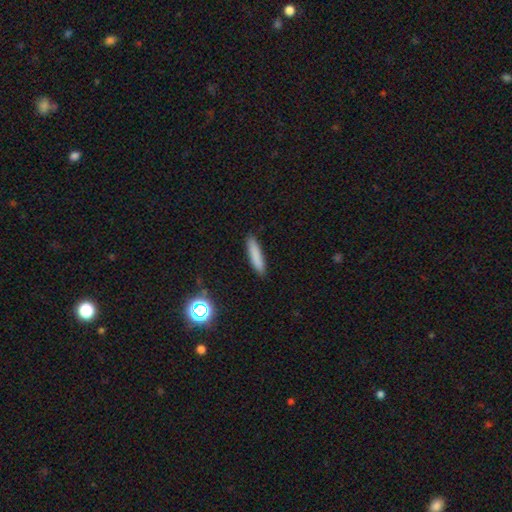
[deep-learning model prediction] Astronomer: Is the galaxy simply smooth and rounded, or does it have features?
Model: smooth — 84%.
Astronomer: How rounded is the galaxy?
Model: cigar-shaped — 83%.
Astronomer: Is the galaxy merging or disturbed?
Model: none — 89%.